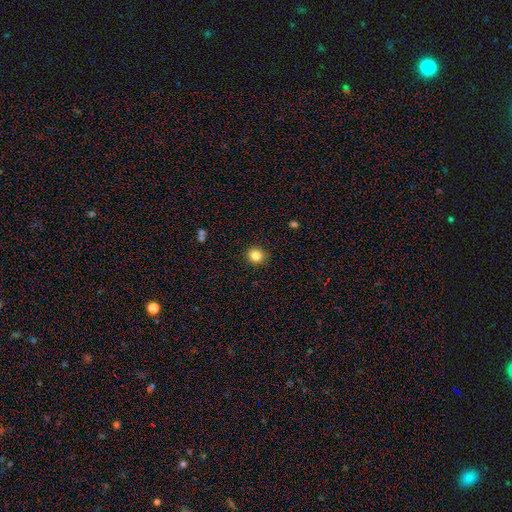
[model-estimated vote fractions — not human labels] Overall: smooth (84%). How rounded: round (84%). Merging: none (90%).